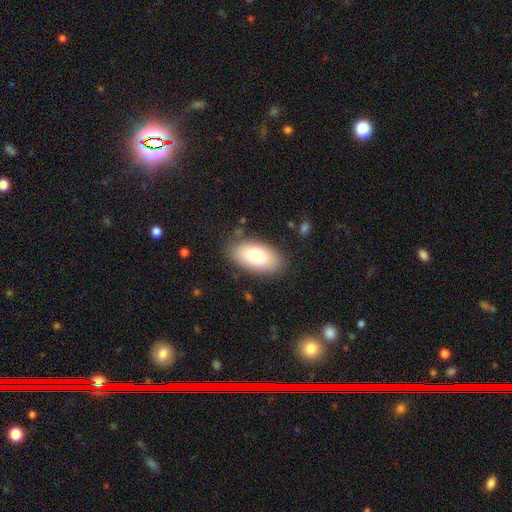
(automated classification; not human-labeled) Smooth or featured? smooth (75%)
How rounded? in between (94%)
Merging? none (83%)